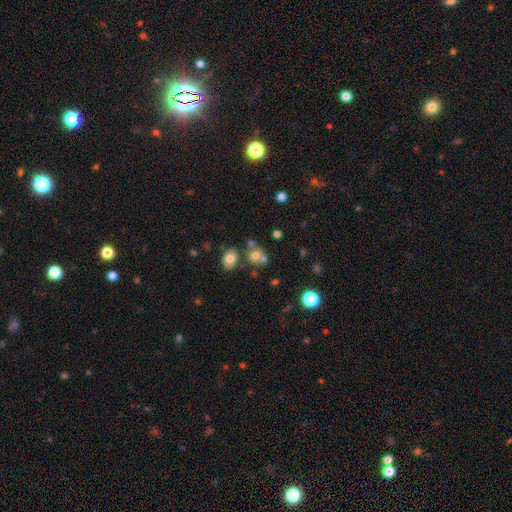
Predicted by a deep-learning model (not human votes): smooth_or_featured: smooth (p=0.70) [alt: featured or disk p=0.15]
how_rounded: round (p=0.67) [alt: in between p=0.32]
merging: none (p=0.52) [alt: merger p=0.32]